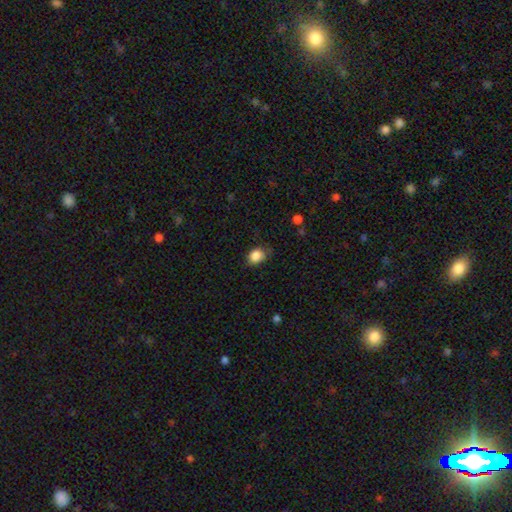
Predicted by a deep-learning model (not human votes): Overall: smooth (86%). How rounded: in between (50%; round 49%). Merging: none (66%; minor disturbance 27%).